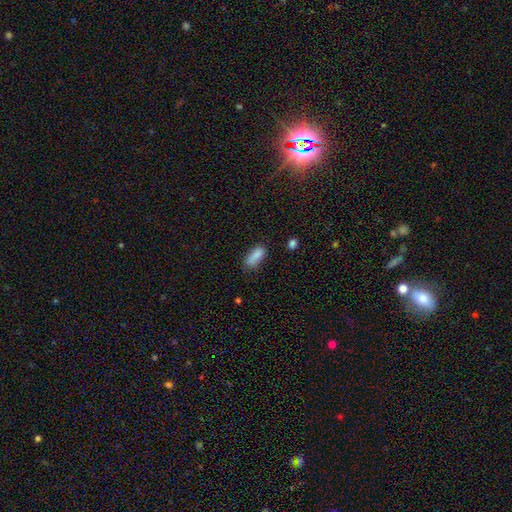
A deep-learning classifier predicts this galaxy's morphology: A smooth galaxy with no disk features (85%) that is in between round and cigar-shaped (75%).

Vote fractions:
- Smooth or featured? smooth: 85% / star or artifact: 9% / featured or disk: 6%
- How rounded? in between: 75% / cigar-shaped: 22% / round: 3%
- Merging? none: 61% / minor disturbance: 27% / major disturbance: 7% / merger: 4%